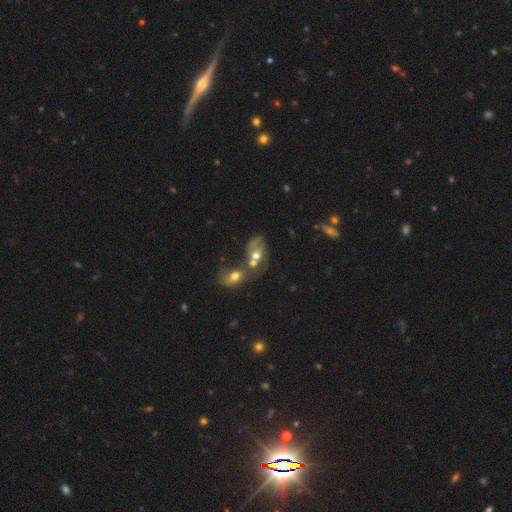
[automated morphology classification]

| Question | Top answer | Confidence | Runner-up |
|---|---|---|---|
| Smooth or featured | featured or disk | 45% | smooth (43%) |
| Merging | merger | 71% | none (12%) |